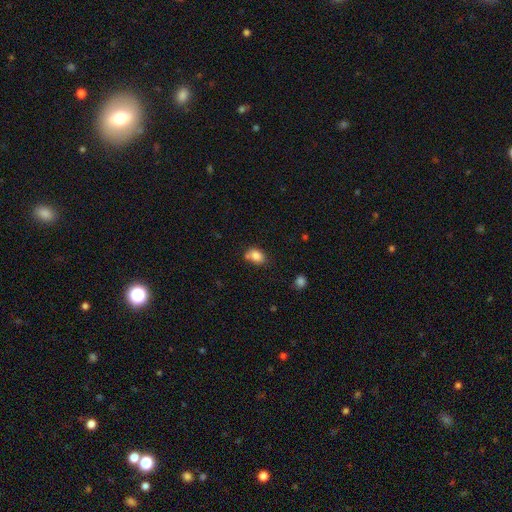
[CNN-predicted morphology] Q: Smooth or featured?
A: smooth (83%); runner-up: star or artifact (9%)
Q: How rounded?
A: in between (67%); runner-up: round (32%)
Q: Merging?
A: none (60%); runner-up: minor disturbance (18%)